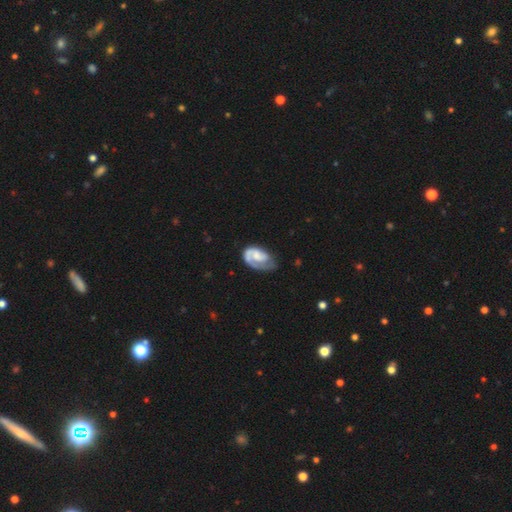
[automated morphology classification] The model was most divided on "bulge size": small: 30%, moderate: 28%, none: 27%, large: 12%, dominant: 2%. Remaining: edge-on disk — no (98%); spiral arms — yes (90%); smooth or featured — featured or disk (72%); spiral arm count — 1 (65%); bar — no (63%); merging — none (46%); spiral winding — tight (45%).